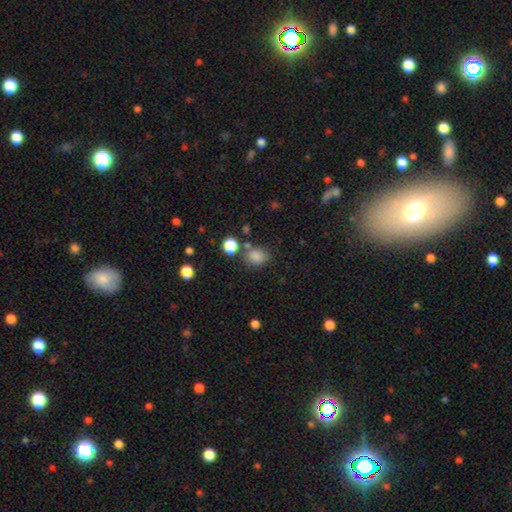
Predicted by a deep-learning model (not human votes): Q: Smooth or featured?
A: smooth (83%); runner-up: star or artifact (12%)
Q: How rounded?
A: round (57%); runner-up: in between (42%)
Q: Merging?
A: none (69%); runner-up: minor disturbance (15%)